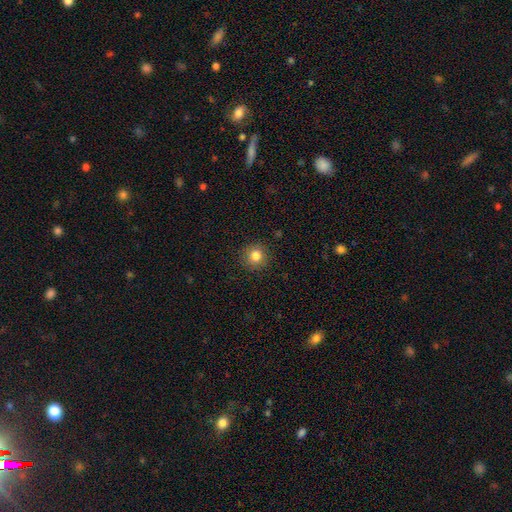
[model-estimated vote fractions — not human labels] The model was most divided on "smooth or featured": smooth: 83%, star or artifact: 11%, featured or disk: 6%. More confident: how rounded — round (92%); merging — none (90%).